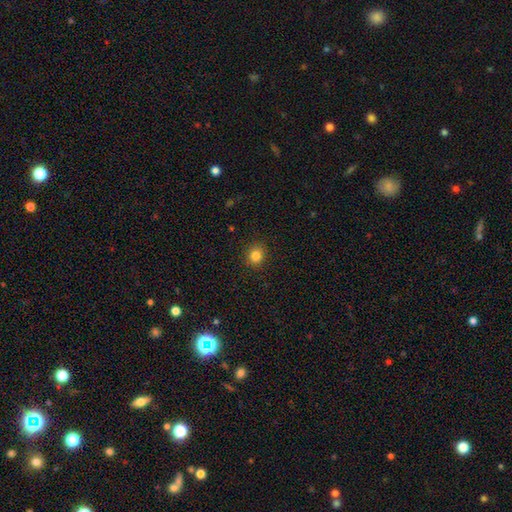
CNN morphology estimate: A smooth galaxy with no disk features (83%) that is round (83%).

Vote fractions:
- Smooth or featured? smooth: 83% / star or artifact: 12% / featured or disk: 5%
- How rounded? round: 83% / in between: 16% / cigar-shaped: 1%
- Merging? none: 90% / minor disturbance: 7% / major disturbance: 2% / merger: 1%